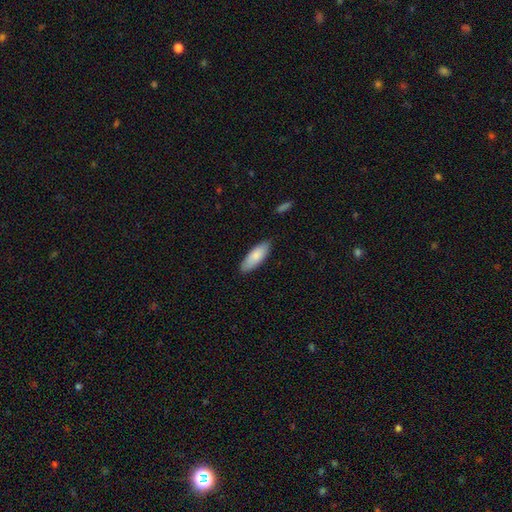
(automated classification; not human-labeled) The model was most divided on "how rounded": in between: 71%, cigar-shaped: 28%, round: 2%. More confident: merging — none (85%); smooth or featured — smooth (82%).